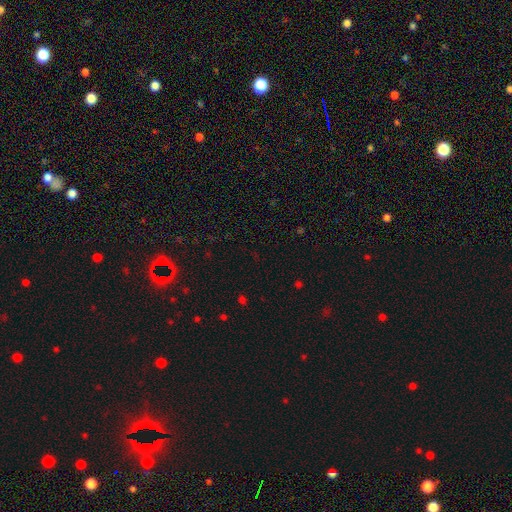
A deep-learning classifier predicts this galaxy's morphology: This is likely a star or artifact rather than a galaxy (68%).